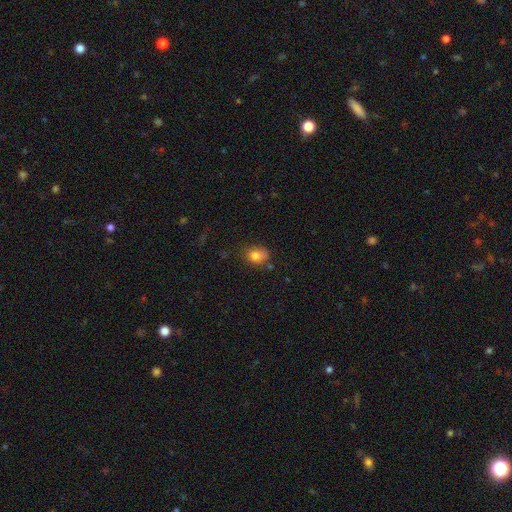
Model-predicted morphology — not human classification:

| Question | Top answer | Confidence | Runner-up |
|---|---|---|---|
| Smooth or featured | smooth | 80% | star or artifact (11%) |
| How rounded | in between | 55% | round (44%) |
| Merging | none | 60% | minor disturbance (27%) |